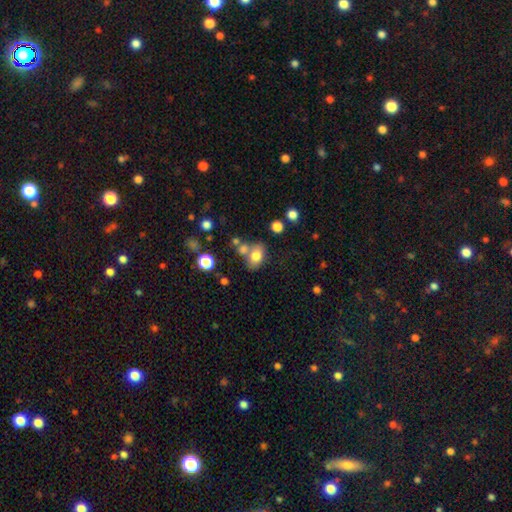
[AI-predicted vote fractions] A smooth galaxy with no disk features (77%) that is in between round and cigar-shaped (73%). Merging: none (54%).